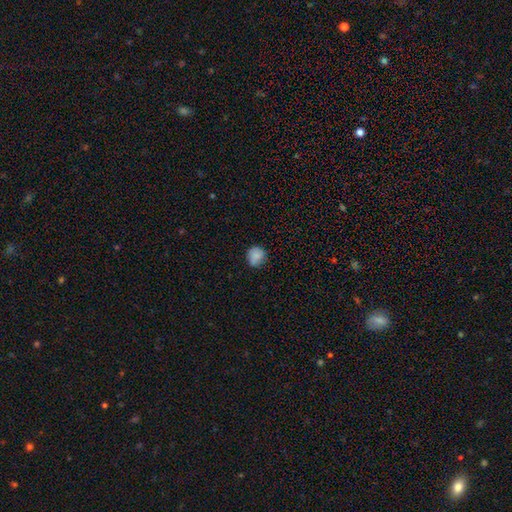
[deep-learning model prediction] This appears to be a smooth galaxy with no disk features (84%) that is round (82%). Merging: none (74%).